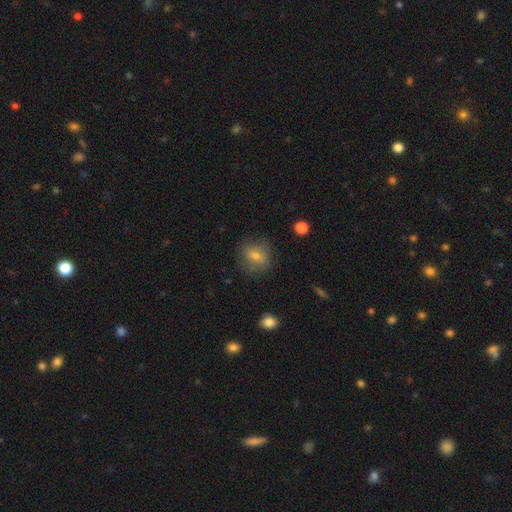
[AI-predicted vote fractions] Smooth or featured: smooth — 71% (featured or disk — 19%)
How rounded: round — 70% (in between — 29%)
Merging: none — 74% (minor disturbance — 17%)